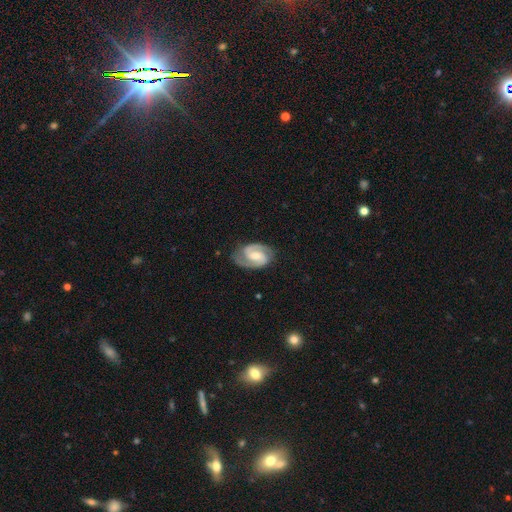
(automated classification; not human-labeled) Smooth or featured? Predicted: featured or disk (p=0.89). Edge-on disk? Predicted: no (p=0.98). Bar? Predicted: weak (p=0.51). Spiral arms? Predicted: yes (p=0.98). Spiral winding? Predicted: medium (p=0.50). Spiral arm count? Predicted: 2 (p=0.93). Bulge size? Predicted: moderate (p=0.54). Merging? Predicted: none (p=0.82).